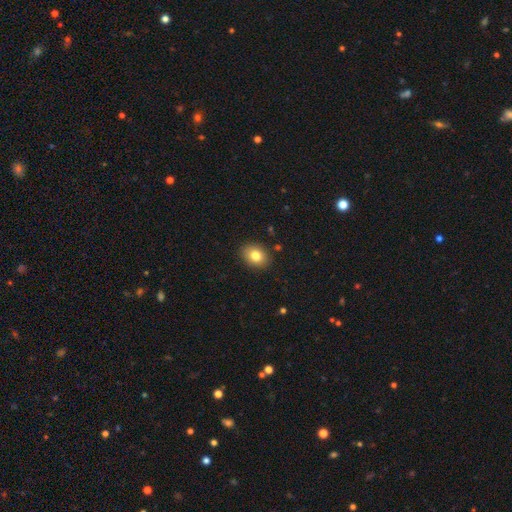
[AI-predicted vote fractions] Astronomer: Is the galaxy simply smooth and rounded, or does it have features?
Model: smooth — 80%.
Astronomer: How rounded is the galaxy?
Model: in between — 60% (runner-up: round, 39%).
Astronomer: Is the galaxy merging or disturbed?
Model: none — 88%.